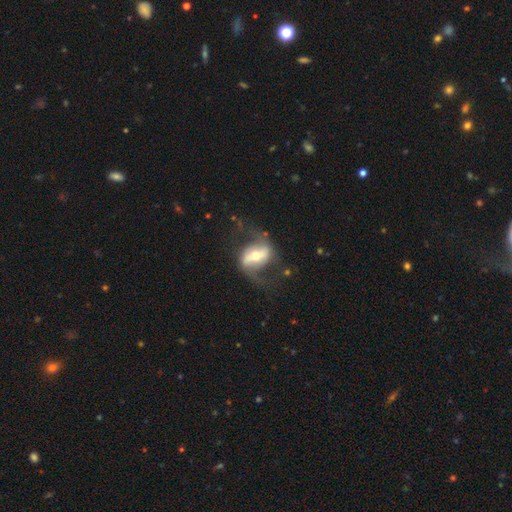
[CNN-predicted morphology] A featured or disk galaxy (76%) with a strong bar (55%), 2 (87%) loose (58%) spiral arms (82%) and a moderate central bulge (60%).

Vote fractions:
- Smooth or featured? featured or disk: 76% / smooth: 18% / star or artifact: 6%
- Edge-on disk? no: 93% / yes: 7%
- Bar? strong: 55% / weak: 27% / no: 18%
- Spiral arms? yes: 82% / no: 18%
- Spiral winding? loose: 58% / medium: 33% / tight: 9%
- Spiral arm count? 2: 87% / can't tell: 5% / 1: 4% / 3: 1% / 4: 1% / more than 4: 1%
- Bulge size? moderate: 60% / small: 30% / large: 8% / dominant: 2% / none: 1%
- Merging? none: 60% / major disturbance: 19% / minor disturbance: 18% / merger: 2%